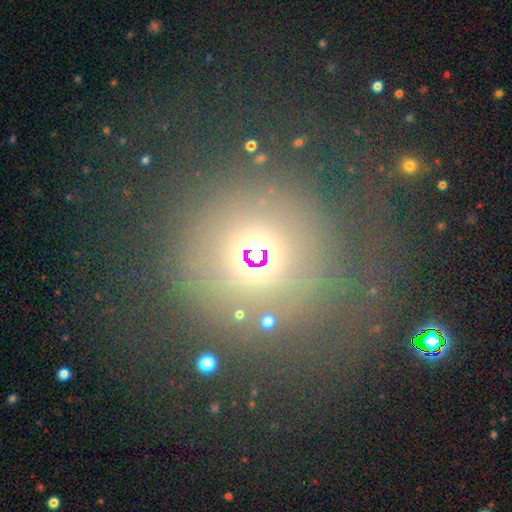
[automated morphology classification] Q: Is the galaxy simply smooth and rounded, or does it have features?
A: smooth — 48%.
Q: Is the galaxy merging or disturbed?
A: none — 82%.